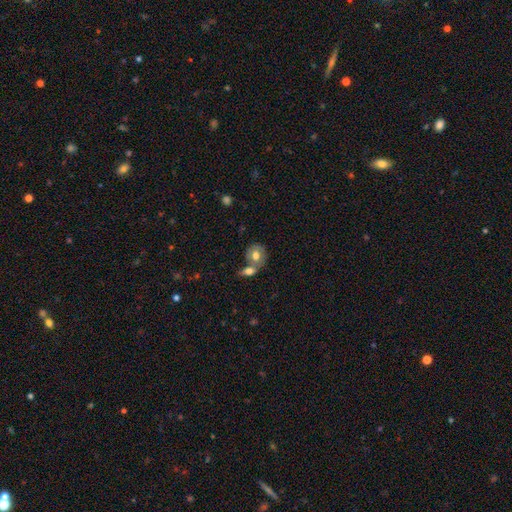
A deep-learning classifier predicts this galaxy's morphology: The model was most divided on "merging": merger: 44%, none: 40%, minor disturbance: 11%, major disturbance: 5%. More confident: how rounded — round (65%); smooth or featured — smooth (60%).